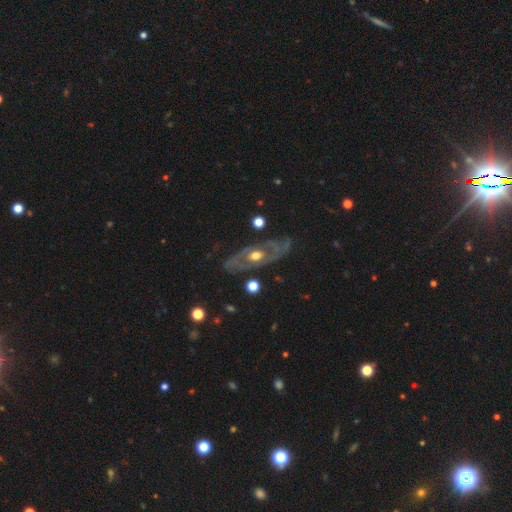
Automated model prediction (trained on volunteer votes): A featured or disk galaxy (79%) with no bar (79%), spiral arms (56%) and a moderate central bulge (74%). Merging: none (76%).